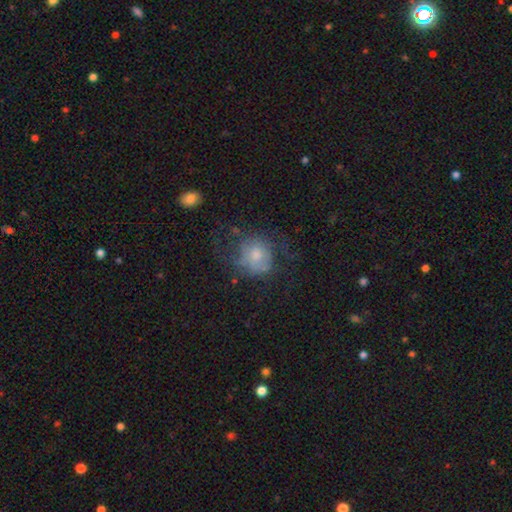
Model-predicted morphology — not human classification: Smooth or featured: smooth — 48% (featured or disk — 41%)
Merging: none — 42% (major disturbance — 33%)